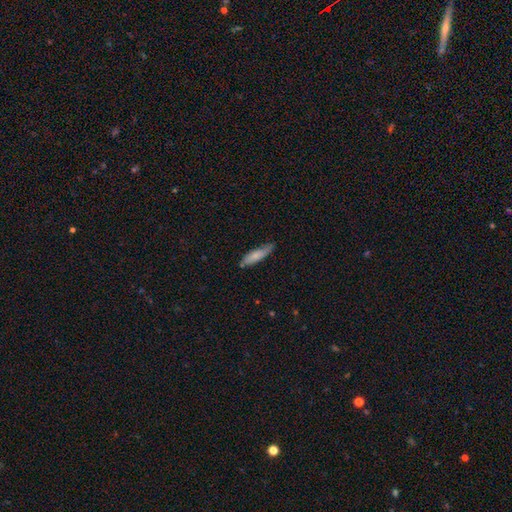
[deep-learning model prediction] smooth-or-featured: smooth: 74% | featured or disk: 20% | star or artifact: 6%
  how-rounded: cigar-shaped: 66% | in between: 33% | round: 2%
  merging: none: 65% | minor disturbance: 27% | major disturbance: 5% | merger: 3%